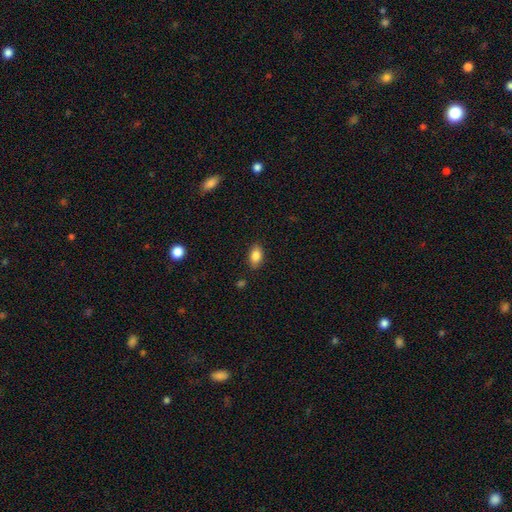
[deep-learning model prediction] A smooth galaxy with no disk features (85%) that is in between round and cigar-shaped (89%).

Vote fractions:
- Smooth or featured? smooth: 85% / star or artifact: 8% / featured or disk: 6%
- How rounded? in between: 89% / round: 8% / cigar-shaped: 3%
- Merging? none: 86% / minor disturbance: 11% / major disturbance: 2% / merger: 1%